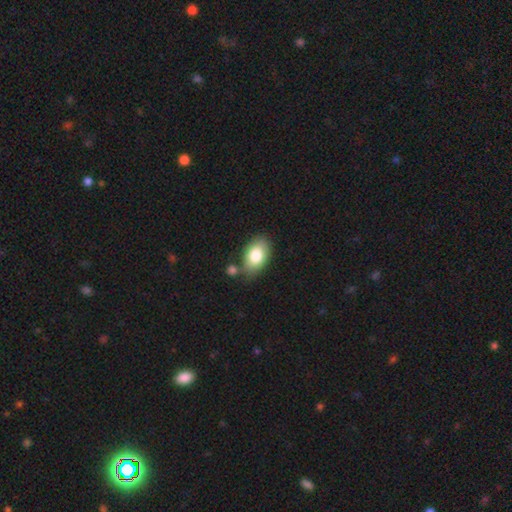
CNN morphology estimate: smooth_or_featured: smooth (p=0.81) [alt: featured or disk p=0.12]
how_rounded: in between (p=0.90) [alt: round p=0.09]
merging: none (p=0.66) [alt: minor disturbance p=0.17]